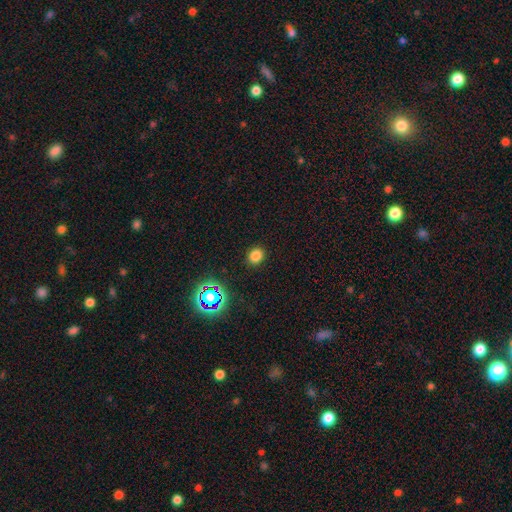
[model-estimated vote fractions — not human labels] Smooth or featured? smooth (79%)
How rounded? round (65%)
Merging? none (89%)